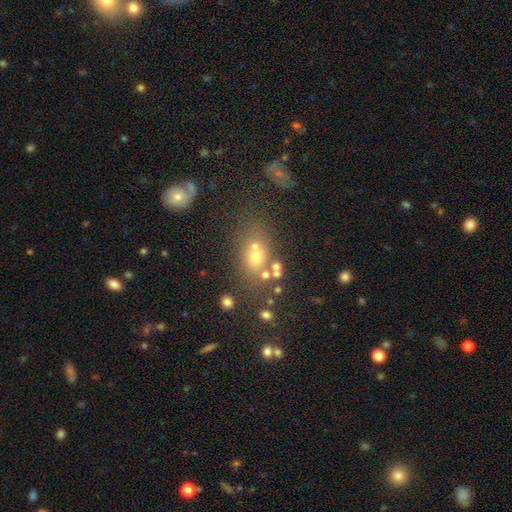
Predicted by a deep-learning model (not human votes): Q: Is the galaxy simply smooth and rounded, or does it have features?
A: smooth — 60%.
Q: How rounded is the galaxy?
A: in between — 60%.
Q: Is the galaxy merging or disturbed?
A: none — 55%.